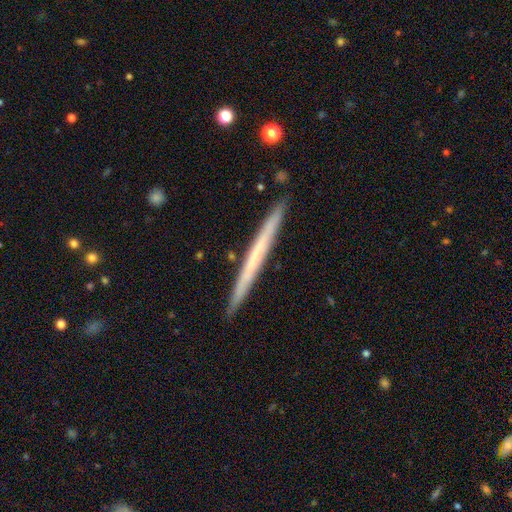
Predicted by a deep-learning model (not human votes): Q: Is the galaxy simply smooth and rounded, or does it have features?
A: featured or disk — 47%, tied with smooth.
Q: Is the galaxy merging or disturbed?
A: none — 91%.